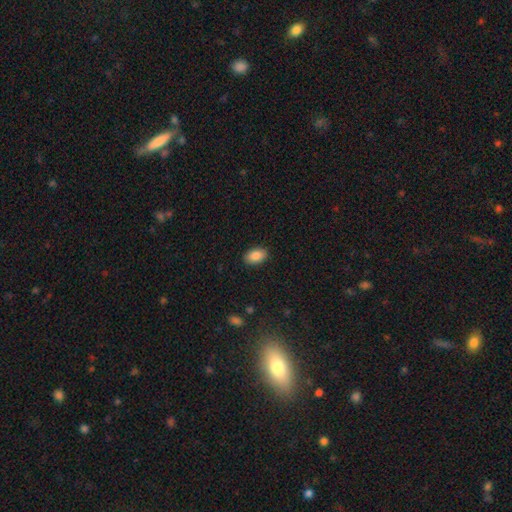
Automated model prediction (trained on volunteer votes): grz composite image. It shows a smooth galaxy with no disk features (88%) that is in between round and cigar-shaped (92%). Merging: none (89%).